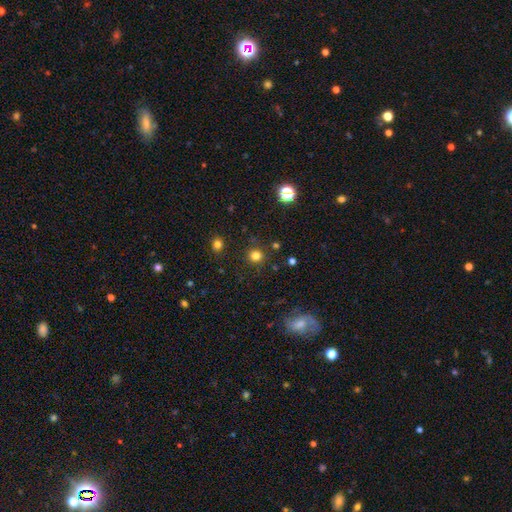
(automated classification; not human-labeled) smooth-or-featured: smooth: 79% | star or artifact: 17% | featured or disk: 4%
  how-rounded: round: 92% | in between: 7% | cigar-shaped: 1%
  merging: none: 89% | minor disturbance: 7% | major disturbance: 3% | merger: 2%